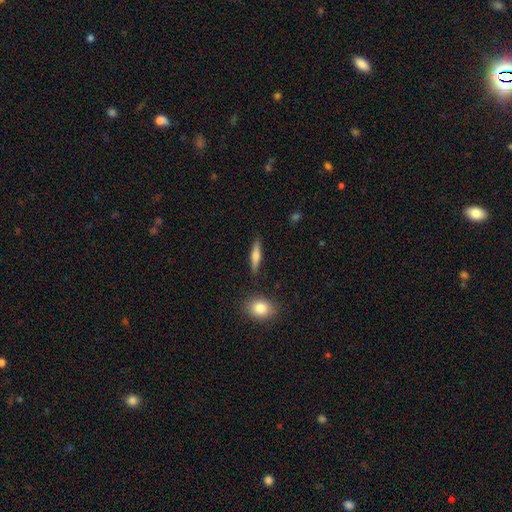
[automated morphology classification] Smooth or featured?
  - smooth: 57% *
  - featured or disk: 36%
  - star or artifact: 6%
How rounded?
  - cigar-shaped: 77% *
  - in between: 19%
  - round: 3%
Merging?
  - none: 87% *
  - minor disturbance: 8%
  - merger: 3%
  - major disturbance: 2%